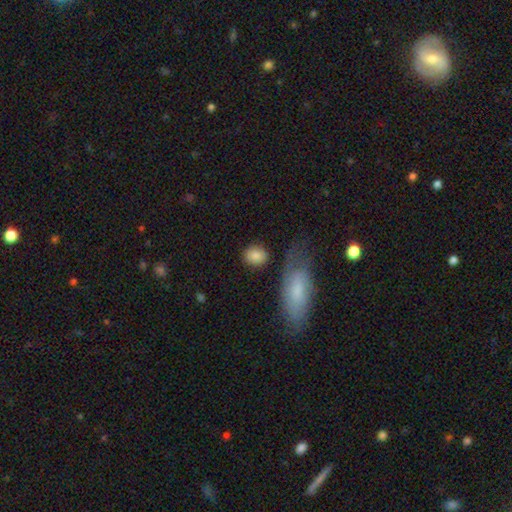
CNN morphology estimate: type=smooth (86%); roundness=round (63%); merging=none (78%).